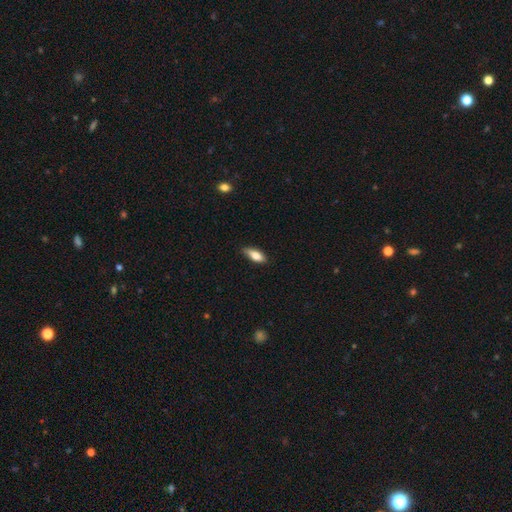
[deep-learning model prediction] A smooth galaxy with no disk features (80%) that is in between round and cigar-shaped (75%).

Vote fractions:
- Smooth or featured? smooth: 80% / featured or disk: 14% / star or artifact: 6%
- How rounded? in between: 75% / cigar-shaped: 22% / round: 3%
- Merging? none: 74% / minor disturbance: 22% / major disturbance: 3% / merger: 1%